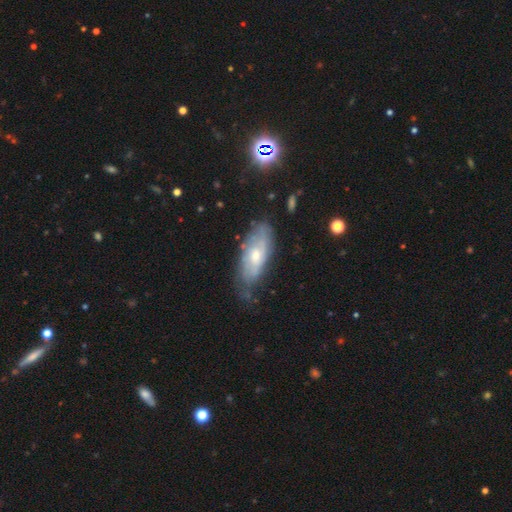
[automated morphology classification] Smooth or featured: featured or disk — 60% (smooth — 33%)
Edge-on disk: no — 83% (yes — 17%)
Merging: none — 59% (minor disturbance — 30%)